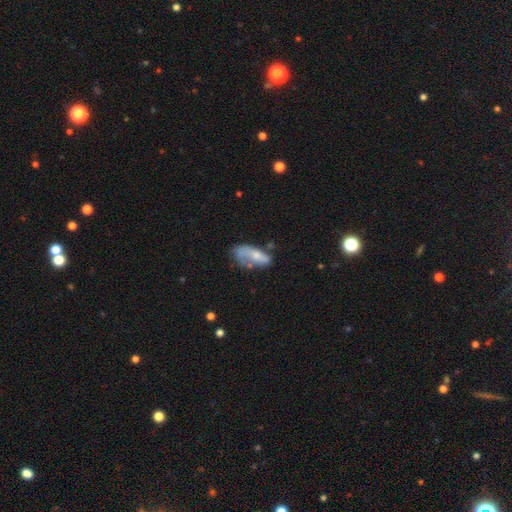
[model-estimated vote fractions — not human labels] Overall: smooth (57%; featured or disk 35%). How rounded: in between (82%). Merging: none (31%; minor disturbance 29%).